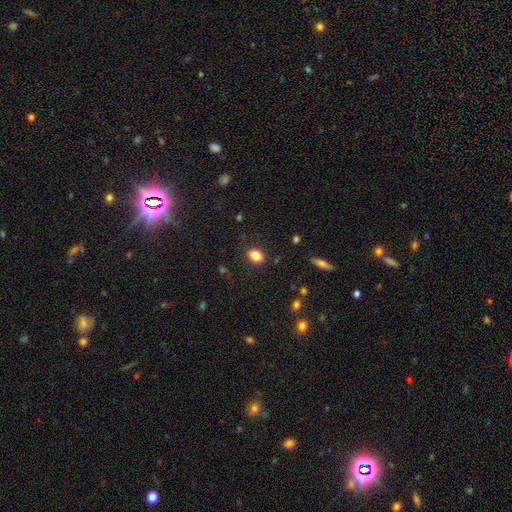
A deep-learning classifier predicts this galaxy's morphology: type=smooth (85%); roundness=in between (69%); merging=none (87%).